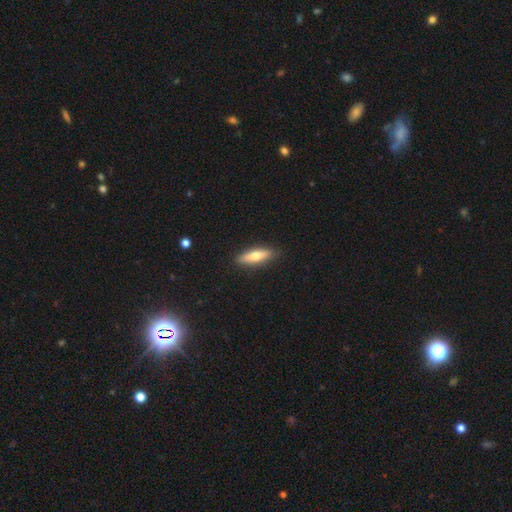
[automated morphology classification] This is possibly a smooth galaxy (58%). How rounded: likely cigar-shaped (64%). Merging: clearly none (89%).